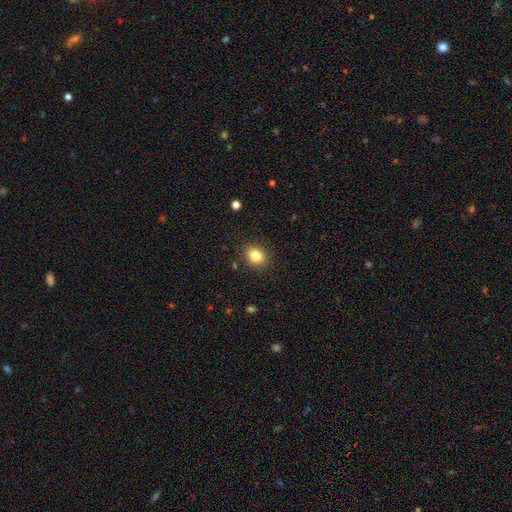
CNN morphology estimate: Q: Smooth or featured?
A: smooth (83%); runner-up: star or artifact (10%)
Q: How rounded?
A: round (53%); runner-up: in between (47%)
Q: Merging?
A: none (88%); runner-up: minor disturbance (9%)